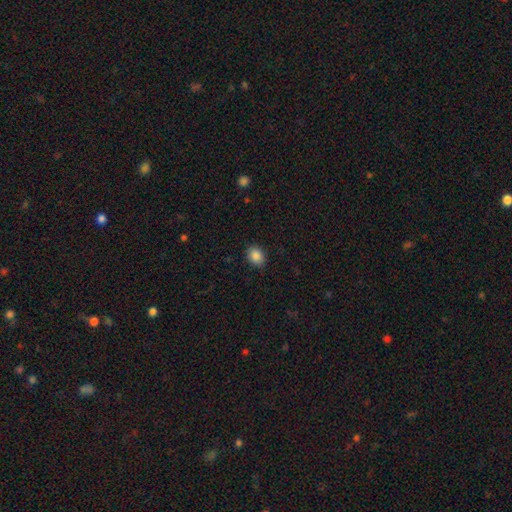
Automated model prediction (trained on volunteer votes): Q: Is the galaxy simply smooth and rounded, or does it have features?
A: smooth — 87%.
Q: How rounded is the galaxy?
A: in between — 51%.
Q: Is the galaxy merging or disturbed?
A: none — 88%.